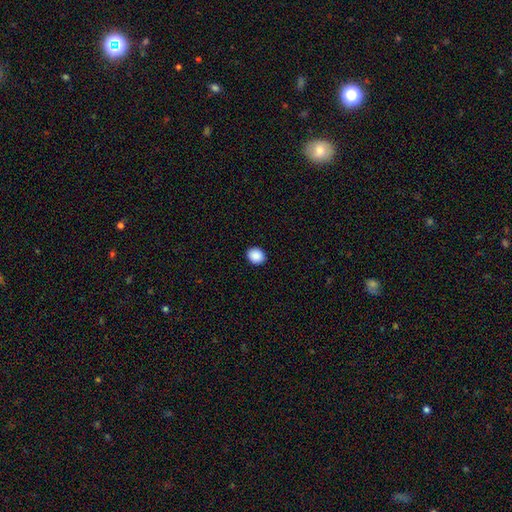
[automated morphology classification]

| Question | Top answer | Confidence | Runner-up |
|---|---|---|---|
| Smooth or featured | smooth | 89% | star or artifact (8%) |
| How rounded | round | 64% | in between (35%) |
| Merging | none | 92% | minor disturbance (5%) |